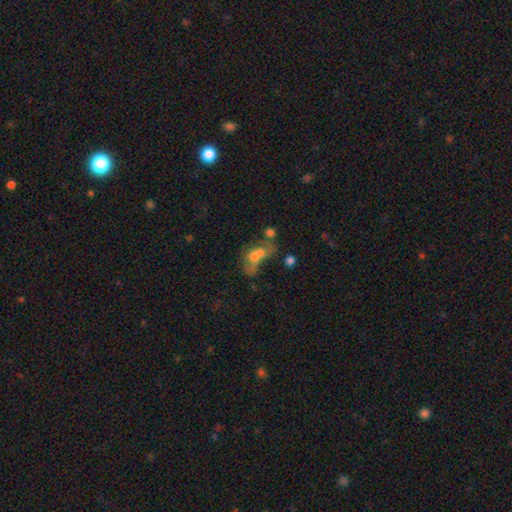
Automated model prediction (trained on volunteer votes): A smooth galaxy with no disk features (52%) that is in between round and cigar-shaped (70%). Merging: merger (58%).